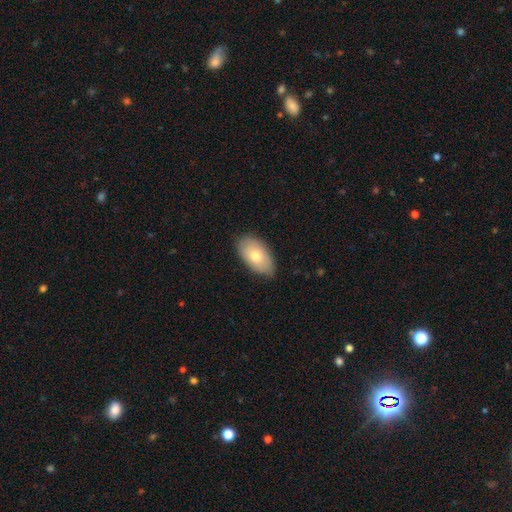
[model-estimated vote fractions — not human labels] Q: Smooth or featured?
A: smooth (75%); runner-up: featured or disk (18%)
Q: How rounded?
A: in between (94%); runner-up: round (4%)
Q: Merging?
A: none (82%); runner-up: minor disturbance (15%)